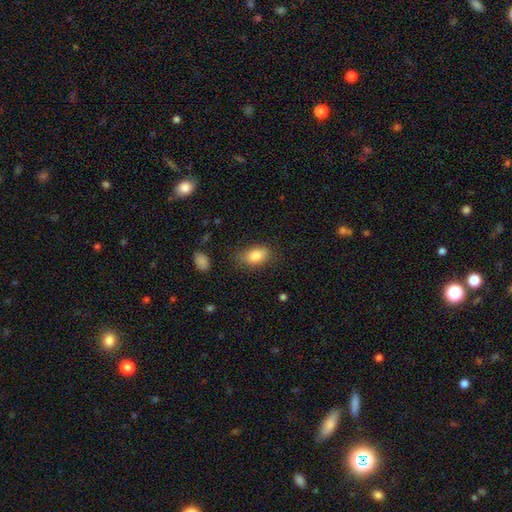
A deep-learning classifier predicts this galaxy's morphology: Smooth or featured?
  - smooth: 83% *
  - featured or disk: 9%
  - star or artifact: 8%
How rounded?
  - in between: 89% *
  - round: 7%
  - cigar-shaped: 4%
Merging?
  - none: 75% *
  - minor disturbance: 18%
  - major disturbance: 5%
  - merger: 2%